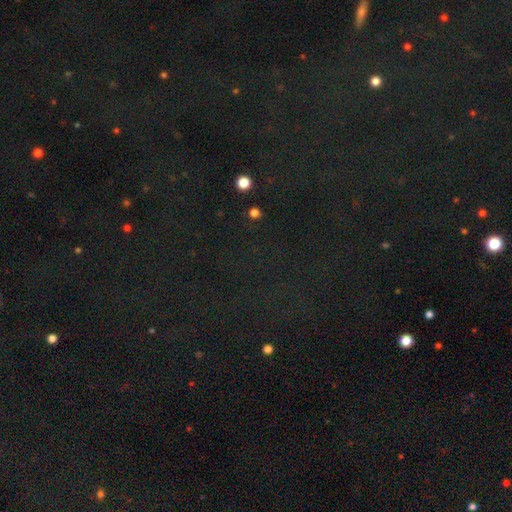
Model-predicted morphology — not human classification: Smooth or featured? Predicted: star or artifact (p=0.78).